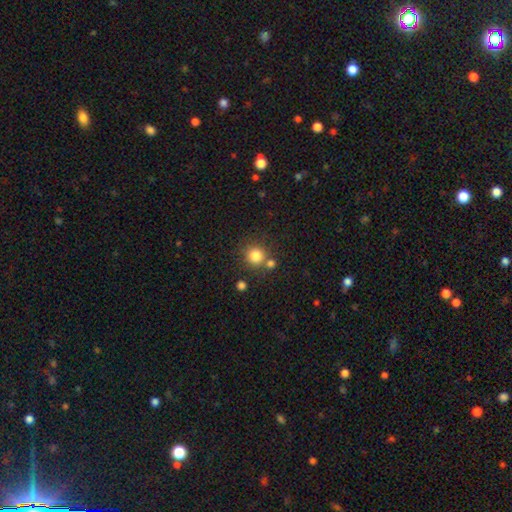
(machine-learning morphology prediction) Q: Smooth or featured?
A: smooth (82%); runner-up: star or artifact (12%)
Q: How rounded?
A: round (92%); runner-up: in between (7%)
Q: Merging?
A: none (72%); runner-up: merger (15%)